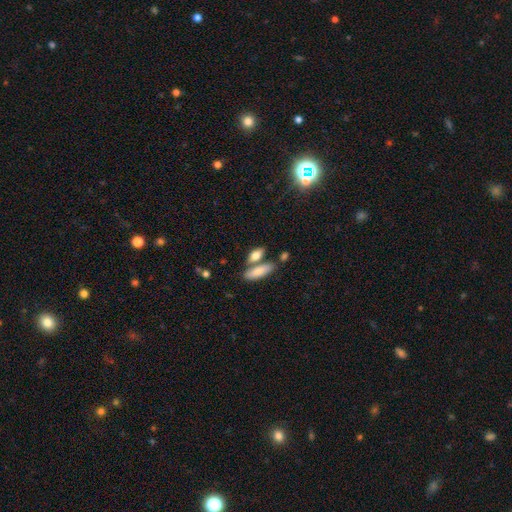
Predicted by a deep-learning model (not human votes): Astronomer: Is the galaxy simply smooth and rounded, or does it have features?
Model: smooth — 78%.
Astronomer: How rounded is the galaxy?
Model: in between — 68%.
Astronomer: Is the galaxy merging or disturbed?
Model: none — 55%.